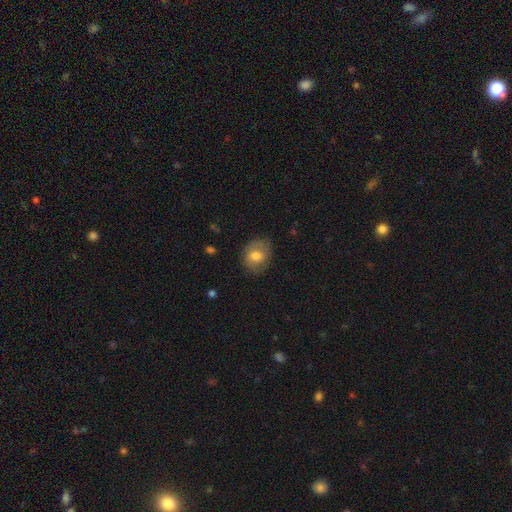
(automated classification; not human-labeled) Smooth or featured? Predicted: smooth (p=0.62). How rounded? Predicted: round (p=0.53). Merging? Predicted: none (p=0.72).